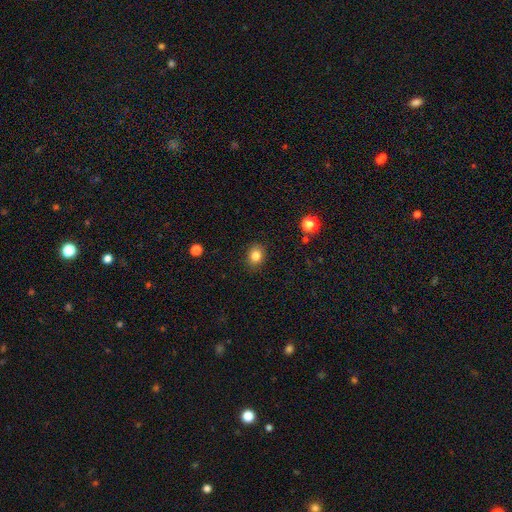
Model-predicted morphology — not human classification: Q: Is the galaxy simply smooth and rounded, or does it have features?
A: smooth — 82%.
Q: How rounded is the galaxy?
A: round — 59%.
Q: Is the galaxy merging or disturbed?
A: none — 88%.